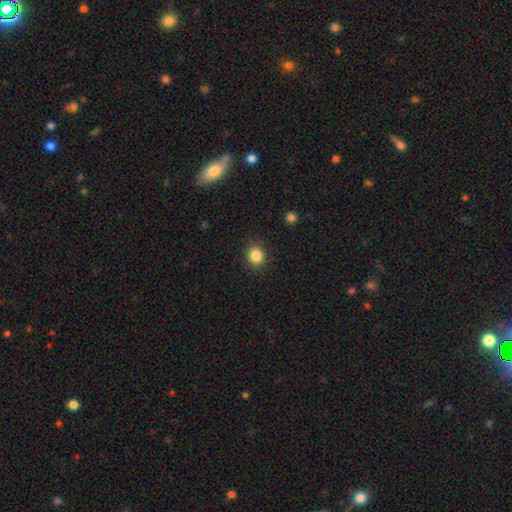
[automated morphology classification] Smooth or featured? Predicted: smooth (p=0.85). How rounded? Predicted: round (p=0.81). Merging? Predicted: none (p=0.90).